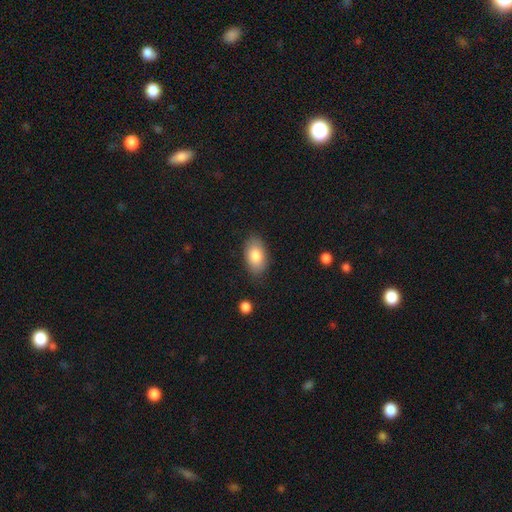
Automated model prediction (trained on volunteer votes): smooth-or-featured: smooth: 83% | featured or disk: 10% | star or artifact: 7%
  how-rounded: in between: 92% | round: 7% | cigar-shaped: 1%
  merging: none: 82% | minor disturbance: 13% | major disturbance: 3% | merger: 2%